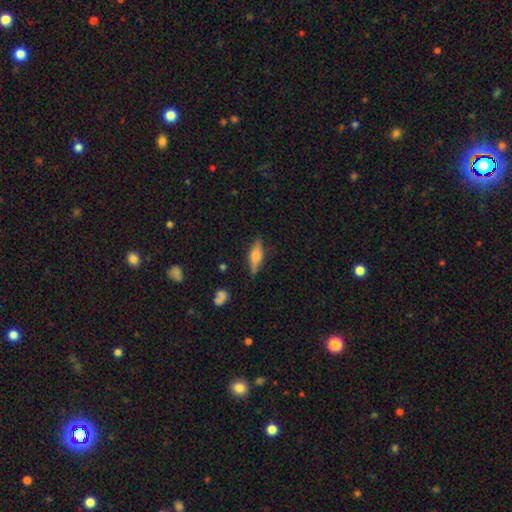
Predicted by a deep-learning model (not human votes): Smooth or featured? smooth (54%)
How rounded? cigar-shaped (49%)
Merging? none (78%)